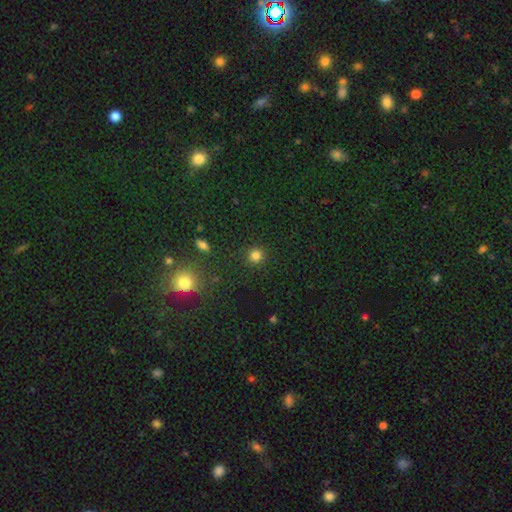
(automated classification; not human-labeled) smooth 81%, star or artifact 14%, featured or disk 5%. Down the decision tree: how rounded — round (93%); merging — none (91%).